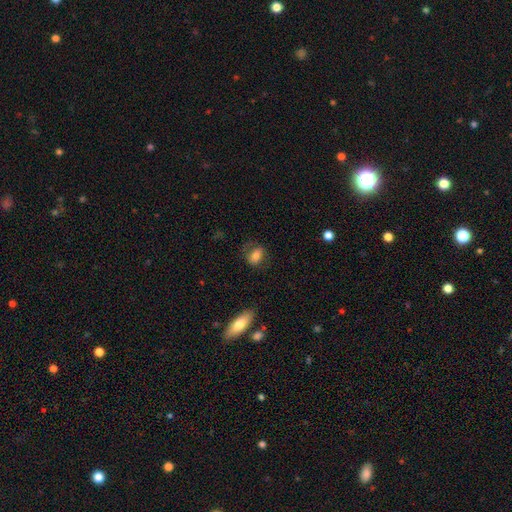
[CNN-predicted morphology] smooth_or_featured: smooth (p=0.68) [alt: featured or disk p=0.24]
how_rounded: in between (p=0.71) [alt: round p=0.26]
merging: none (p=0.67) [alt: minor disturbance p=0.19]